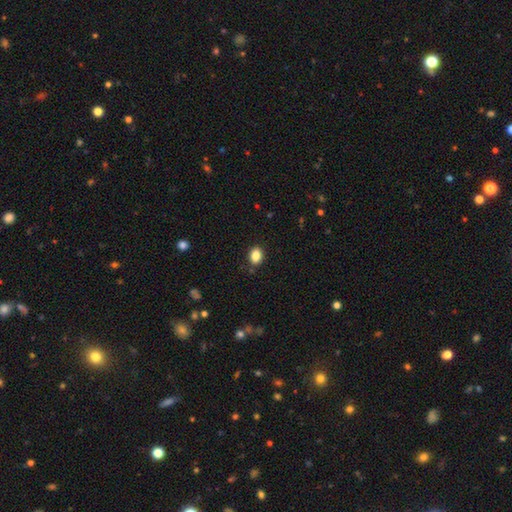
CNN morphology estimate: The model was most divided on "how rounded": in between: 66%, round: 33%, cigar-shaped: 1%. More confident: smooth or featured — smooth (86%); merging — none (86%).